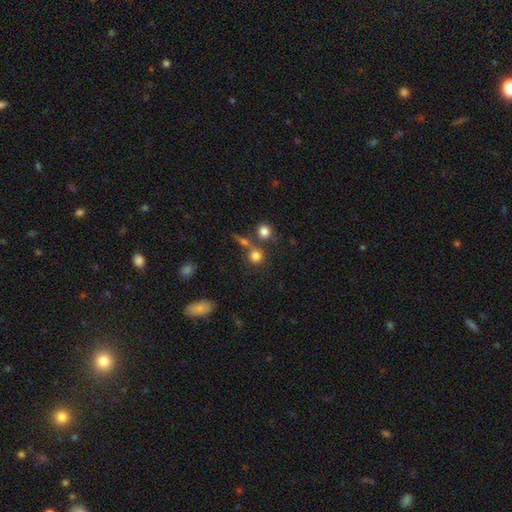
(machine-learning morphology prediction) Smooth or featured? Predicted: smooth (p=0.78). How rounded? Predicted: round (p=0.88). Merging? Predicted: none (p=0.60).